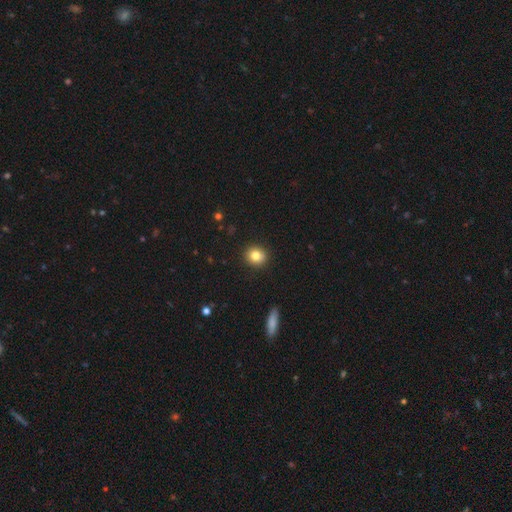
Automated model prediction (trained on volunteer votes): Morphology: type=smooth (83%); roundness=round (85%); merging=none (91%).